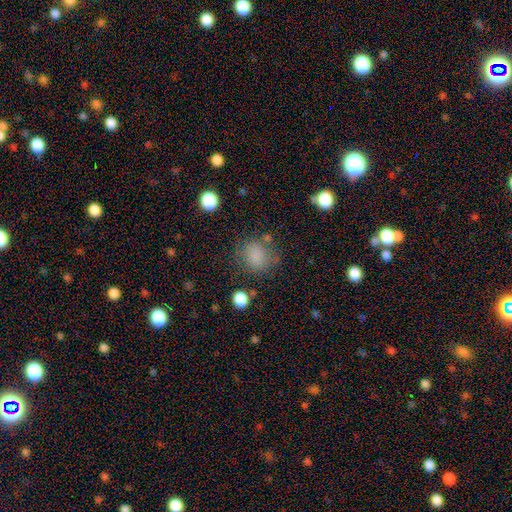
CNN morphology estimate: This appears to be a smooth galaxy with no disk features (81%) that is round (70%). Merging: none (69%).